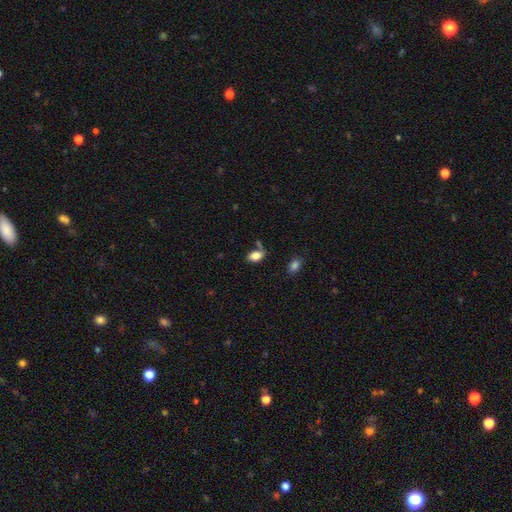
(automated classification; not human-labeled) Smooth or featured? Predicted: smooth (p=0.82). How rounded? Predicted: in between (p=0.91). Merging? Predicted: none (p=0.65).